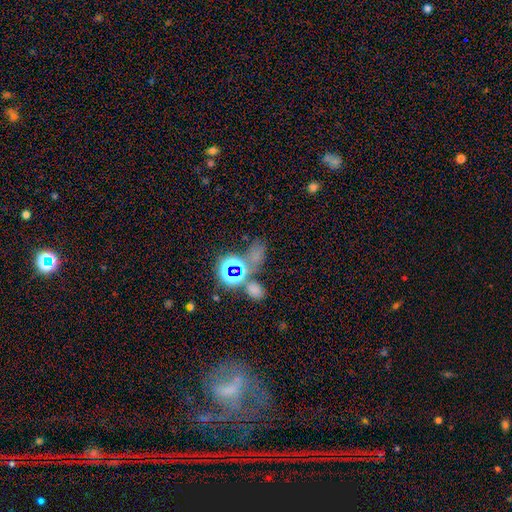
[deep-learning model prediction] Smooth or featured? star or artifact (51%)